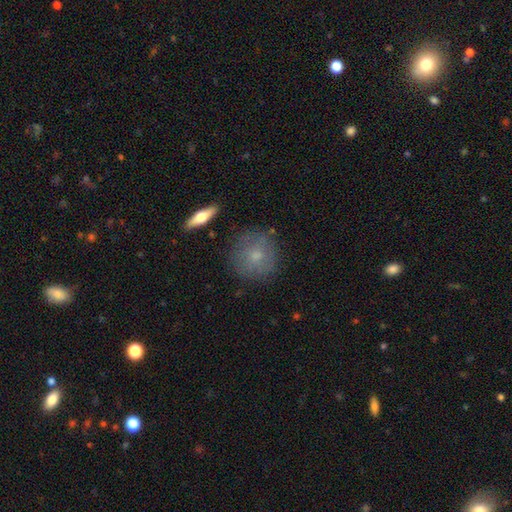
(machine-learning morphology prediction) This appears to be a smooth galaxy with no disk features (66%) that is round (91%). Merging: none (79%).